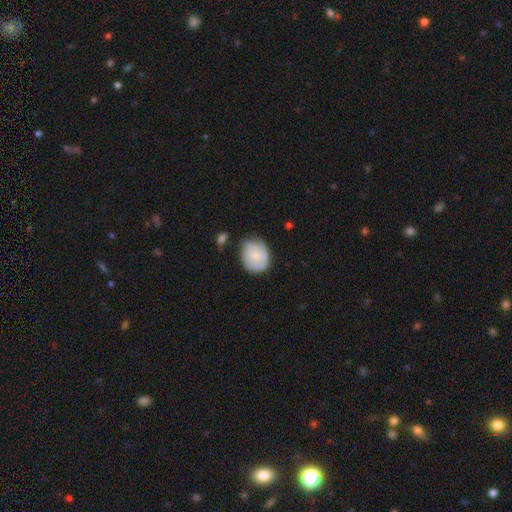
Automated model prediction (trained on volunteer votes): Smooth or featured: smooth — 64% (featured or disk — 30%)
How rounded: round — 59% (in between — 40%)
Merging: none — 57% (minor disturbance — 30%)